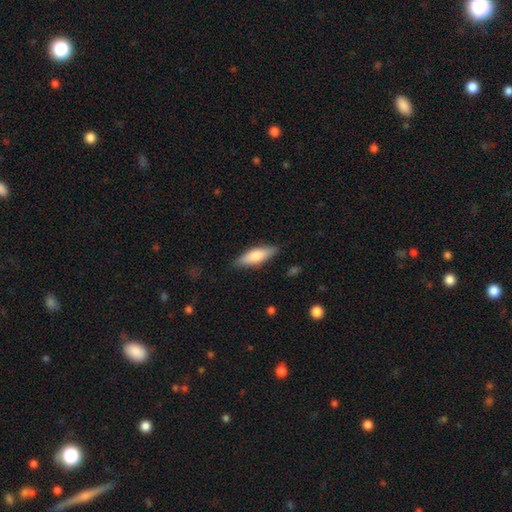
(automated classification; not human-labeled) Q: Smooth or featured?
A: smooth (70%); runner-up: featured or disk (25%)
Q: How rounded?
A: in between (54%); runner-up: cigar-shaped (44%)
Q: Merging?
A: none (85%); runner-up: minor disturbance (11%)